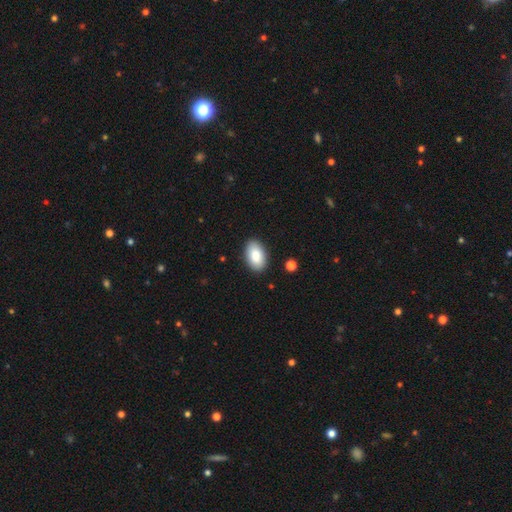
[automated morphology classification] Smooth or featured?
  - smooth: 86% *
  - featured or disk: 7%
  - star or artifact: 6%
How rounded?
  - in between: 94% *
  - round: 4%
  - cigar-shaped: 1%
Merging?
  - none: 89% *
  - minor disturbance: 8%
  - major disturbance: 2%
  - merger: 1%